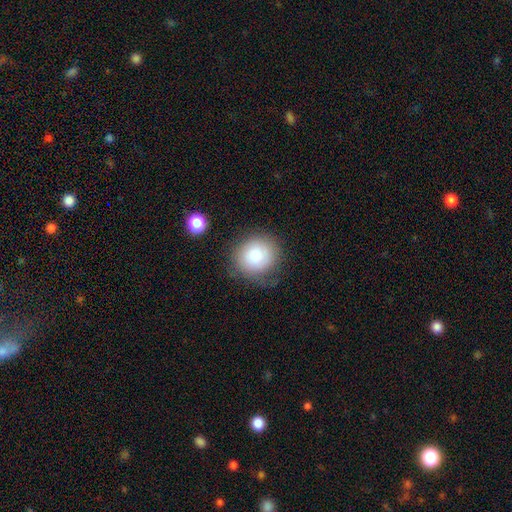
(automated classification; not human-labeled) The model was most divided on "merging": none: 69%, minor disturbance: 20%, major disturbance: 8%, merger: 3%. More confident: how rounded — round (84%); smooth or featured — smooth (82%).